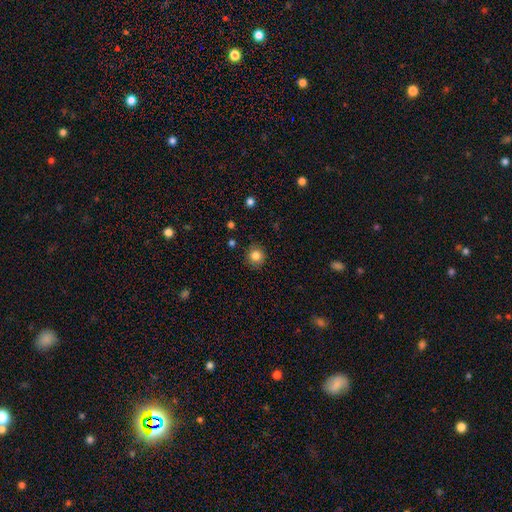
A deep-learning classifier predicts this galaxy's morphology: Q: Smooth or featured?
A: smooth (83%); runner-up: star or artifact (11%)
Q: How rounded?
A: round (91%); runner-up: in between (8%)
Q: Merging?
A: none (88%); runner-up: minor disturbance (8%)